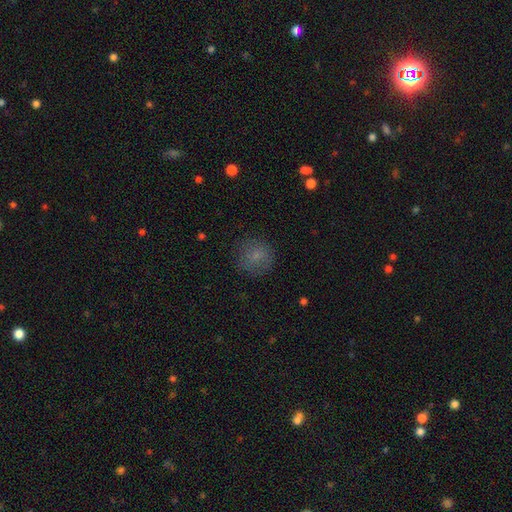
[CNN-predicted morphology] Q: Smooth or featured?
A: smooth (76%); runner-up: star or artifact (13%)
Q: How rounded?
A: round (87%); runner-up: in between (12%)
Q: Merging?
A: none (78%); runner-up: minor disturbance (14%)